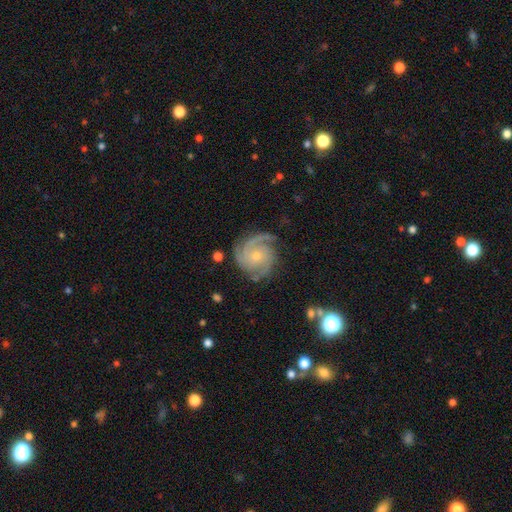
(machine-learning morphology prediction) smooth_or_featured: featured or disk (p=0.88) [alt: smooth p=0.07]
disk_edge_on: no (p=0.98) [alt: yes p=0.02]
bar: no (p=0.73) [alt: weak p=0.23]
has_spiral_arms: yes (p=0.98) [alt: no p=0.02]
spiral_winding: tight (p=0.56) [alt: medium p=0.37]
spiral_arm_count: 3 (p=0.47) [alt: 2 p=0.19]
bulge_size: small (p=0.65) [alt: moderate p=0.31]
merging: none (p=0.76) [alt: minor disturbance p=0.16]